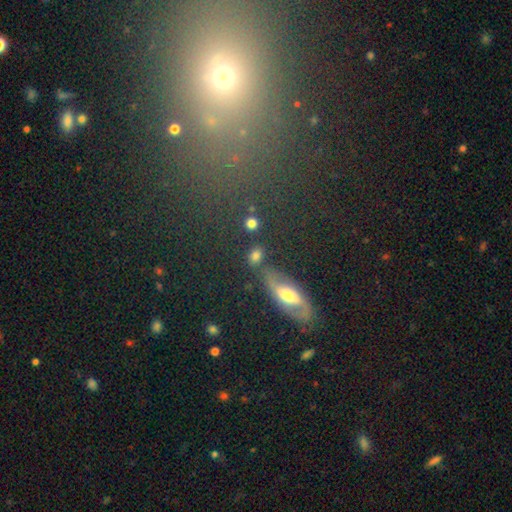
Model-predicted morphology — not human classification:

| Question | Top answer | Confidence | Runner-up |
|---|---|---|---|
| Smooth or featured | smooth | 78% | star or artifact (13%) |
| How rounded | round | 49% | in between (46%) |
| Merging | none | 70% | minor disturbance (12%) |